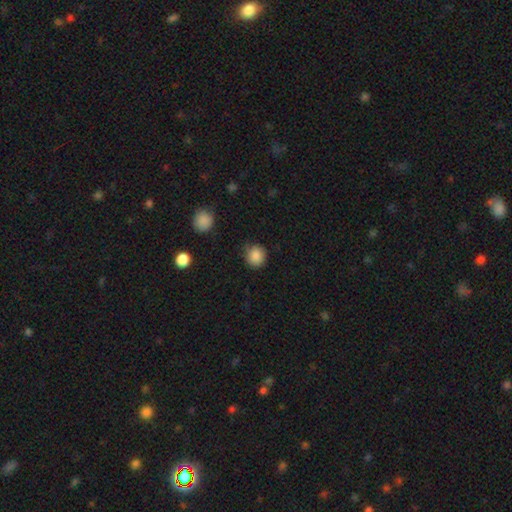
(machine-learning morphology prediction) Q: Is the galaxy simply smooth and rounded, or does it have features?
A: smooth — 87%.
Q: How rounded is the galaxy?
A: round — 88%.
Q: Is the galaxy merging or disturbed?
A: none — 80%.